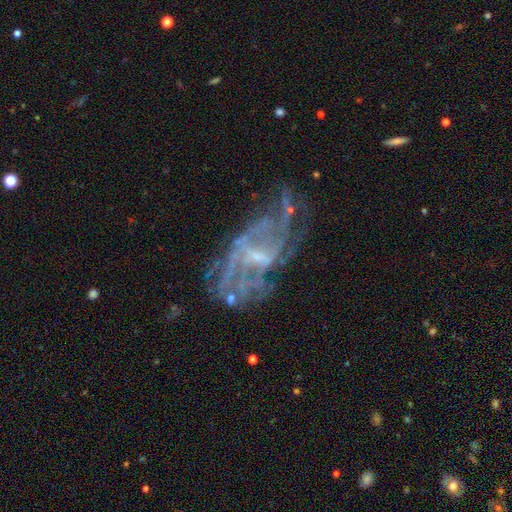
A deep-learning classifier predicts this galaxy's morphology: featured or disk 77%, star or artifact 14%, smooth 9%. Down the decision tree: edge-on disk — no (95%); bar — weak (48%); spiral arms — yes (78%); spiral arm count — can't tell (46%); spiral winding — medium (39%); bulge size — small (57%); merging — none (53%).